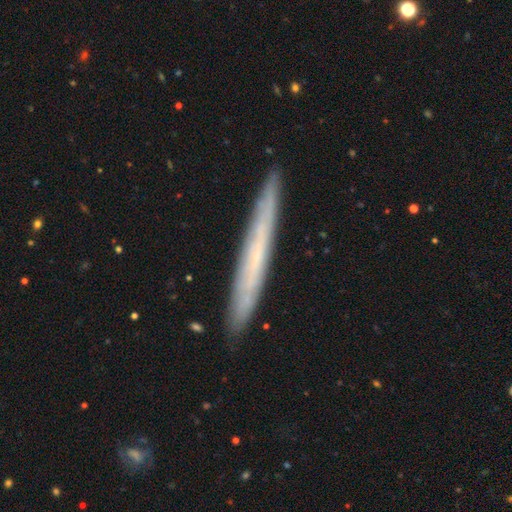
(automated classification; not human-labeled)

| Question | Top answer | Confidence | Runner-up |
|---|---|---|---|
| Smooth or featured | featured or disk | 52% | smooth (40%) |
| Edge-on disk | yes | 90% | no (10%) |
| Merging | none | 90% | minor disturbance (7%) |